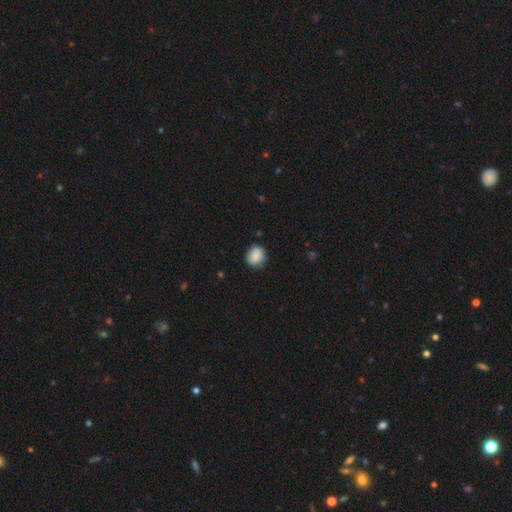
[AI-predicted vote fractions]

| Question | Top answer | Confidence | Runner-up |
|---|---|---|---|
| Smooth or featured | smooth | 86% | star or artifact (8%) |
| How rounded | round | 68% | in between (31%) |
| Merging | none | 79% | minor disturbance (17%) |